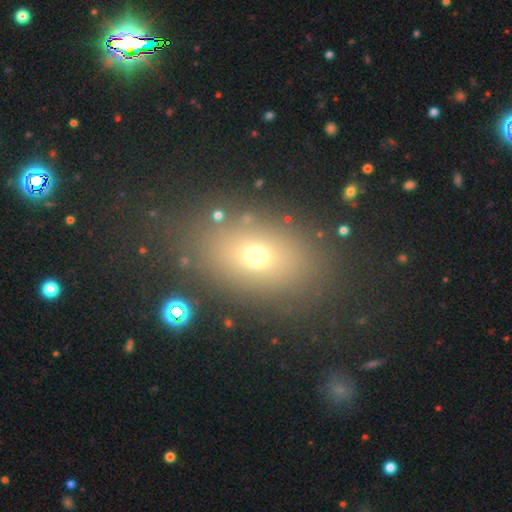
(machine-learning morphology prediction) A smooth galaxy with no disk features (66%) that is in between round and cigar-shaped (71%).

Vote fractions:
- Smooth or featured? smooth: 66% / star or artifact: 20% / featured or disk: 14%
- How rounded? in between: 71% / round: 26% / cigar-shaped: 2%
- Merging? none: 81% / minor disturbance: 10% / major disturbance: 6% / merger: 3%